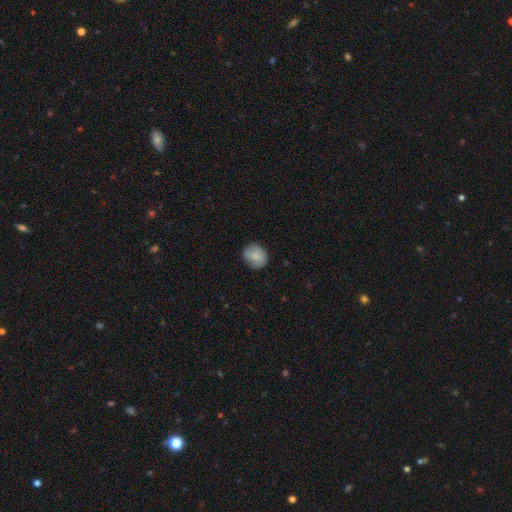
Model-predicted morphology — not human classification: This appears to be a smooth galaxy with no disk features (82%) that is round (66%). Merging: none (77%).